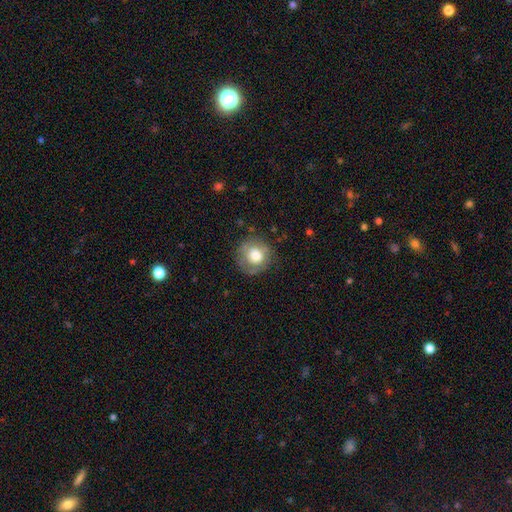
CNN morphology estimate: smooth 57%, featured or disk 35%, star or artifact 8%. Down the decision tree: how rounded — round (92%); merging — none (75%).